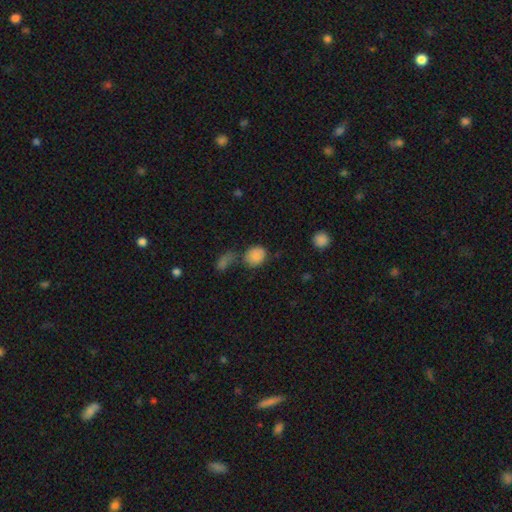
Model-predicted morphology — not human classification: This appears to be a smooth galaxy with no disk features (83%) that is round (60%). Merging: none (58%).